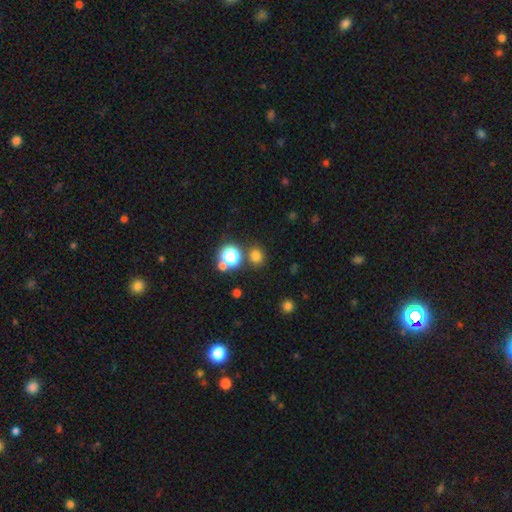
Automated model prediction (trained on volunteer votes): smooth-or-featured: smooth: 71% | star or artifact: 24% | featured or disk: 6%
  how-rounded: round: 79% | in between: 20% | cigar-shaped: 1%
  merging: none: 79% | merger: 9% | minor disturbance: 9% | major disturbance: 4%